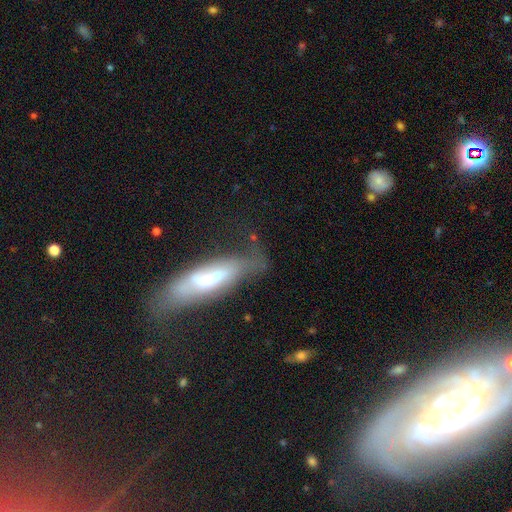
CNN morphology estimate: Smooth or featured? Predicted: featured or disk (p=0.56). Edge-on disk? Predicted: no (p=0.62). Merging? Predicted: none (p=0.57).